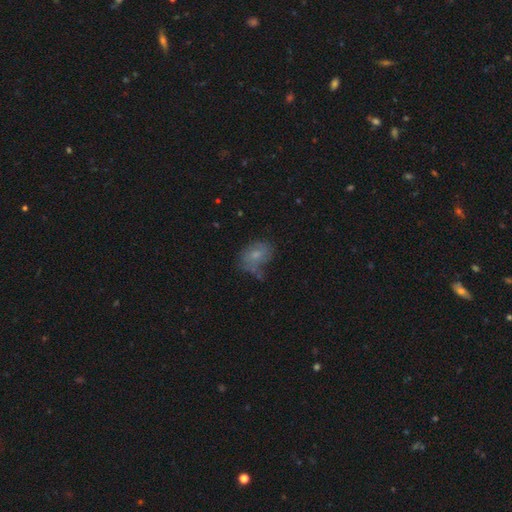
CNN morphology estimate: This is likely a smooth galaxy (63%). How rounded: likely in between (74%). Merging: possibly none (49%).